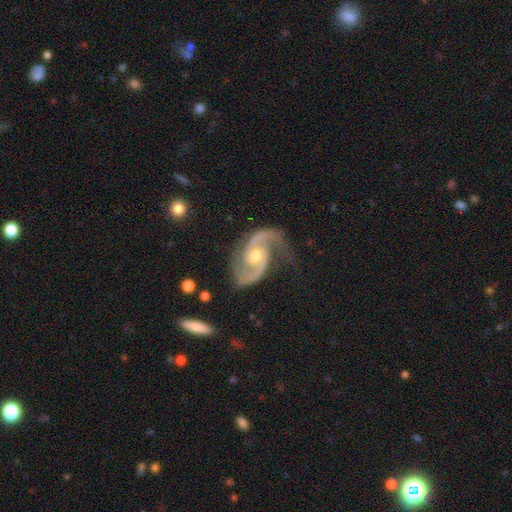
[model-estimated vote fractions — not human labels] Overall: featured or disk (93%). Edge-on disk: no (98%). Bar: no (59%; weak 31%). Spiral arms: yes (98%). Spiral arm count: 2 (93%). Spiral winding: medium (58%; loose 24%). Bulge size: moderate (62%; small 33%). Merging: none (70%).